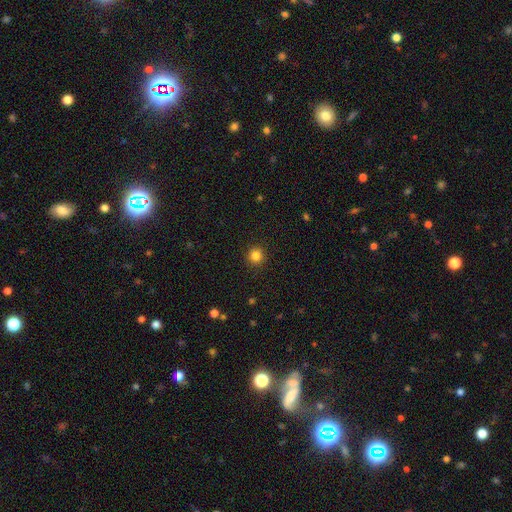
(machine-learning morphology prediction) Q: Smooth or featured?
A: smooth (84%); runner-up: star or artifact (12%)
Q: How rounded?
A: round (95%); runner-up: in between (4%)
Q: Merging?
A: none (92%); runner-up: minor disturbance (5%)